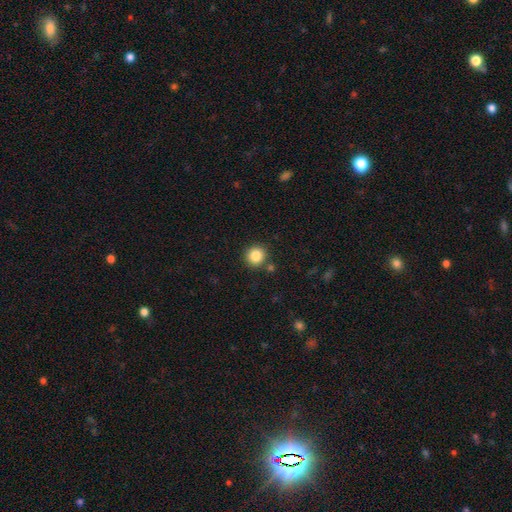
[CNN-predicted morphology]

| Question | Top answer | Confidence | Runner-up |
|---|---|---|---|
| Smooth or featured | smooth | 85% | star or artifact (10%) |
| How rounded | round | 93% | in between (6%) |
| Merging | none | 87% | minor disturbance (7%) |